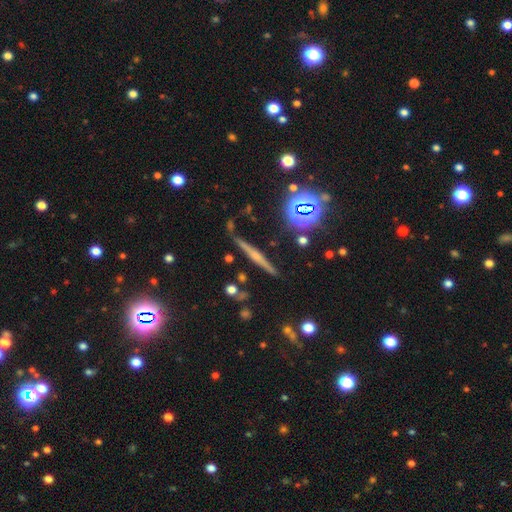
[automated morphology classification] This appears to be a featured or disk galaxy (59%) viewed edge-on (97%) with a rounded central bulge (61%). Merging: none (86%).